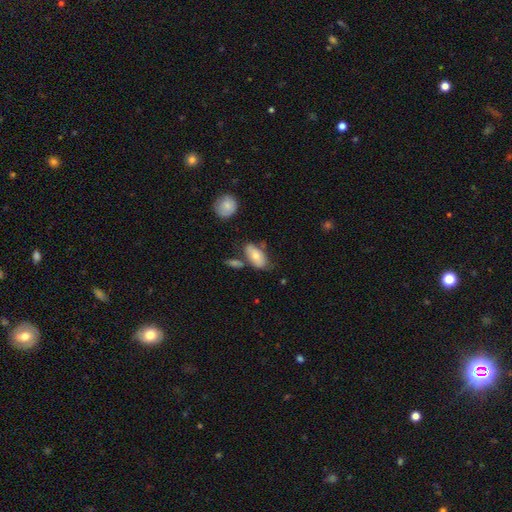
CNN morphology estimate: type=smooth (68%); roundness=in between (91%); merging=none (53%).